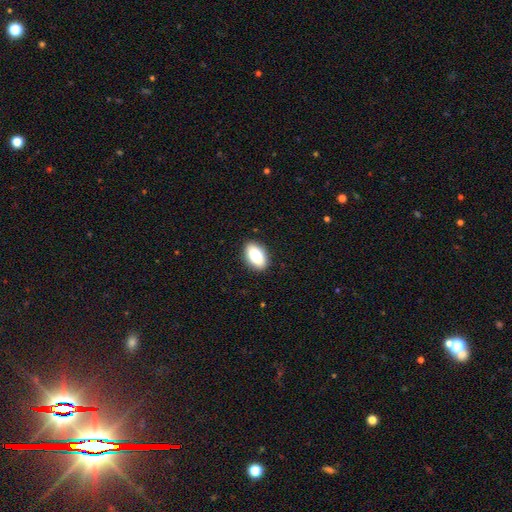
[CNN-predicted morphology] A smooth galaxy with no disk features (83%) that is in between round and cigar-shaped (92%). Merging: none (89%).